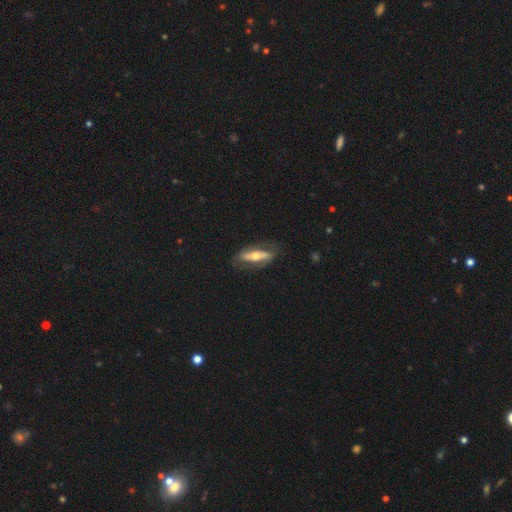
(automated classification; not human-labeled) smooth_or_featured: featured or disk (p=0.64) [alt: smooth p=0.31]
disk_edge_on: no (p=0.58) [alt: yes p=0.42]
merging: none (p=0.73) [alt: minor disturbance p=0.18]